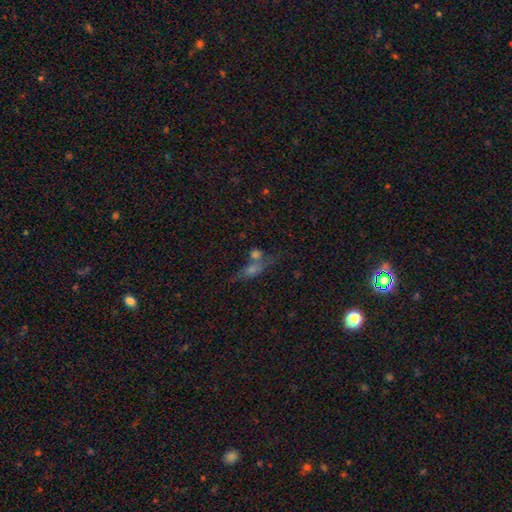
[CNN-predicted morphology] This is possibly a smooth galaxy (47%). Merging: marginally none (45%).